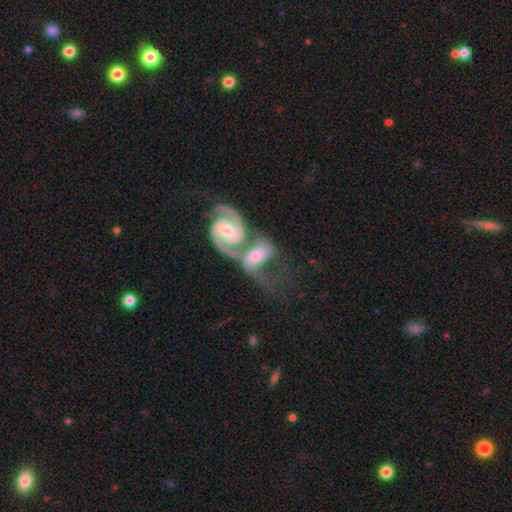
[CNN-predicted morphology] Overall: featured or disk (83%). Edge-on disk: no (97%). Bar: weak (43%; no 34%). Spiral arms: yes (96%). Spiral arm count: 2 (89%). Spiral winding: medium (50%; tight 26%). Bulge size: moderate (57%; small 30%). Merging: merger (73%).